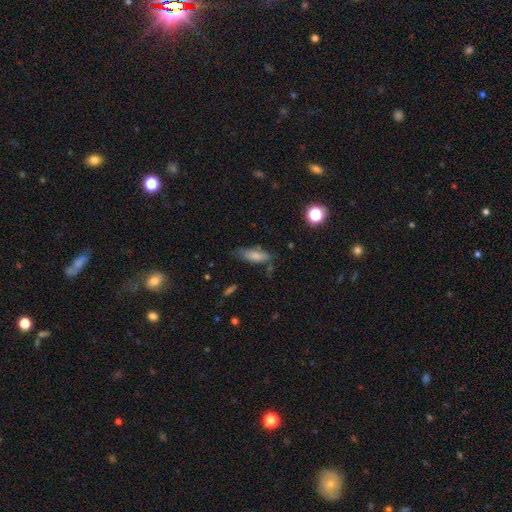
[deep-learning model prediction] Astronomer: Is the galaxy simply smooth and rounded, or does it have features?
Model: smooth — 77%.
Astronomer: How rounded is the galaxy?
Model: in between — 63%.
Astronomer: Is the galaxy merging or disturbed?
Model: none — 65%.